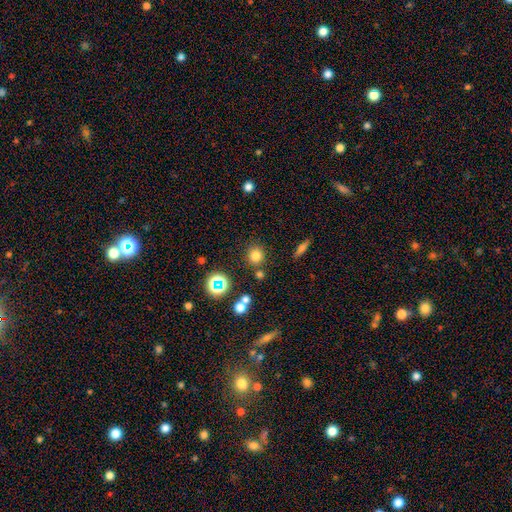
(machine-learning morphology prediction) type=smooth (76%); roundness=round (88%); merging=none (81%).